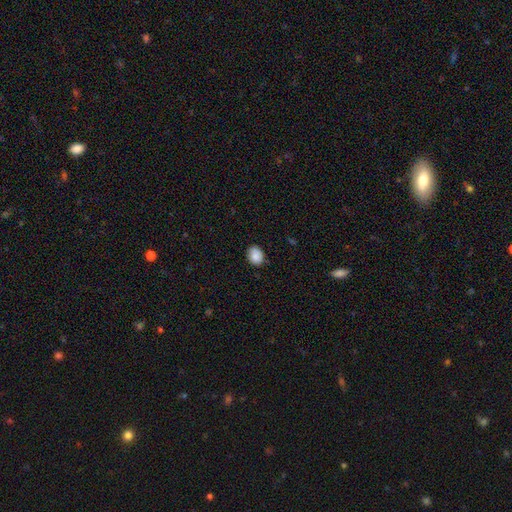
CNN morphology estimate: This appears to be a smooth galaxy with no disk features (87%) that is in between round and cigar-shaped (53%). Merging: none (82%).